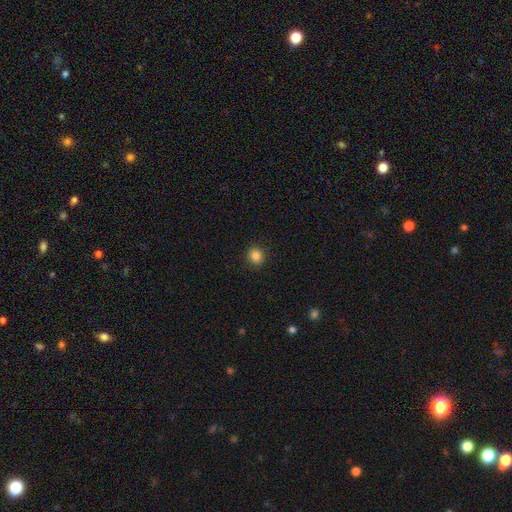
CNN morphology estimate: This appears to be a smooth galaxy with no disk features (85%) that is round (87%). Merging: none (91%).